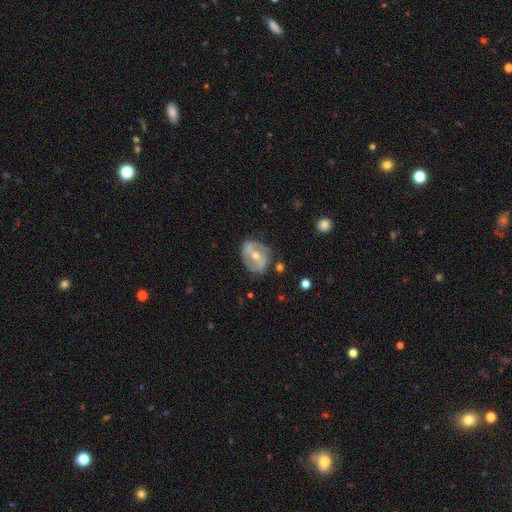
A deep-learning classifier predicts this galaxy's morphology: A featured or disk galaxy (74%) with a strong bar (36%, tied with weak), 2 (79%) medium (41%) spiral arms (71%) and a moderate central bulge (58%).

Vote fractions:
- Smooth or featured? featured or disk: 74% / smooth: 18% / star or artifact: 7%
- Edge-on disk? no: 95% / yes: 5%
- Bar? strong: 36% (tied) / weak: 36% (tied) / no: 29%
- Spiral arms? yes: 71% / no: 29%
- Spiral winding? medium: 41% / tight: 31% / loose: 28%
- Spiral arm count? 2: 79% / can't tell: 13% / 1: 4% / 3: 2% / 4: 1% / more than 4: 1%
- Bulge size? moderate: 58% / small: 39% / large: 1% / none: 1% / dominant: 1%
- Merging? none: 73% / minor disturbance: 19% / major disturbance: 6% / merger: 2%